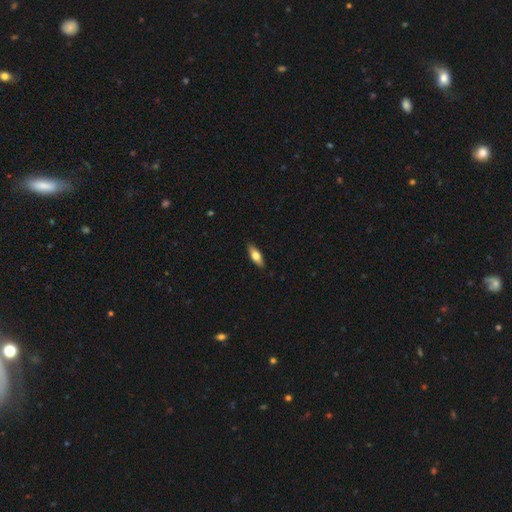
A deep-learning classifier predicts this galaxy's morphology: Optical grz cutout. It shows a smooth galaxy with no disk features (62%) that is in between round and cigar-shaped (67%). Merging: none (88%).